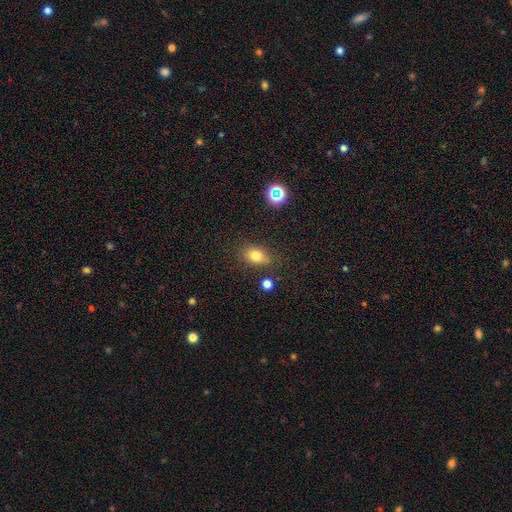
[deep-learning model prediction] Smooth or featured: smooth — 76% (star or artifact — 14%)
How rounded: in between — 69% (round — 28%)
Merging: none — 72% (minor disturbance — 18%)